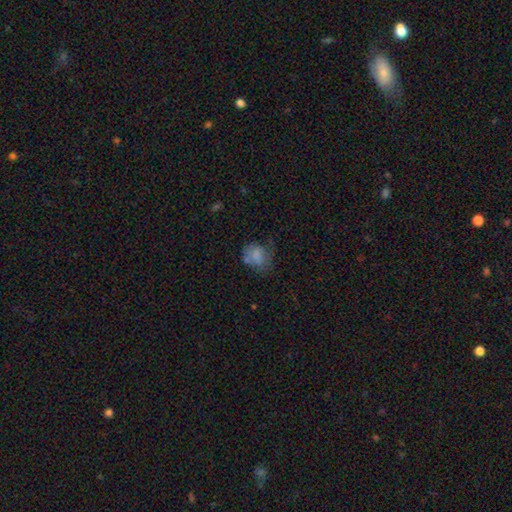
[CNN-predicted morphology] type=smooth (69%); roundness=round (54%); merging=none (41%).